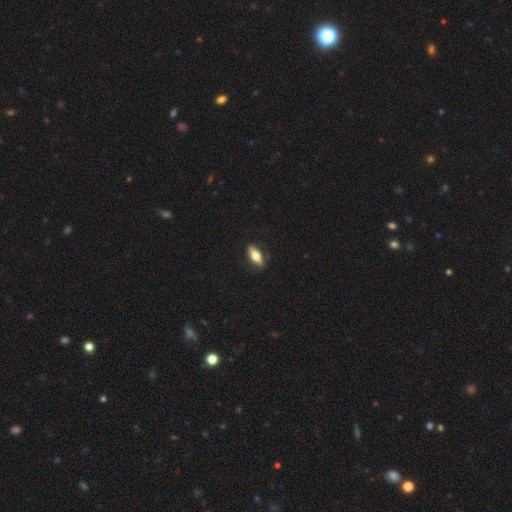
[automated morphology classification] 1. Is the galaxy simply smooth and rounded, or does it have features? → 71% smooth, 23% featured or disk, 6% star or artifact.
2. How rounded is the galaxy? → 79% in between, 17% cigar-shaped, 3% round.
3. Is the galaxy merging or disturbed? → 86% none, 10% minor disturbance, 2% major disturbance, 1% merger.